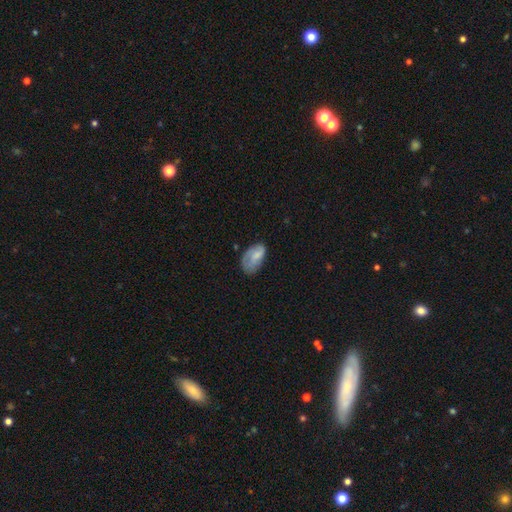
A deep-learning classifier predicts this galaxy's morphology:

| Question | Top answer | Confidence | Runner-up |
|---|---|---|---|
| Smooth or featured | smooth | 69% | featured or disk (24%) |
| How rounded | in between | 92% | round (6%) |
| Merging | none | 46% | minor disturbance (34%) |